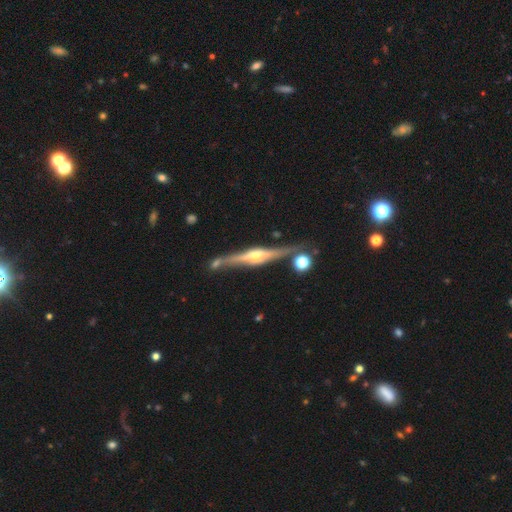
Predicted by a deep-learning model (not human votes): A featured or disk galaxy (85%) viewed edge-on (97%) with a rounded central bulge (82%). Merging: none (80%).